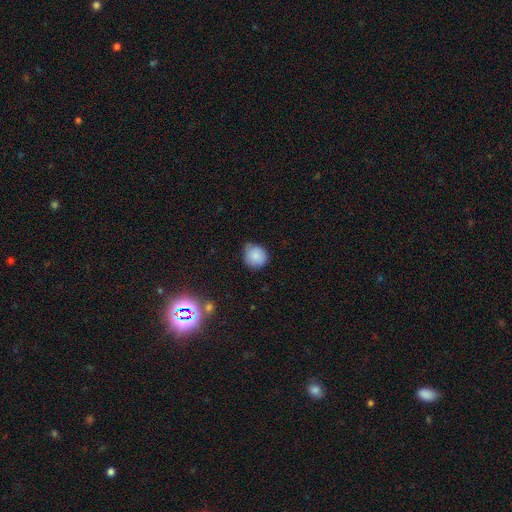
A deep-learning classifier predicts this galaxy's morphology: This appears to be a smooth galaxy with no disk features (86%) that is round (81%). Merging: none (67%).